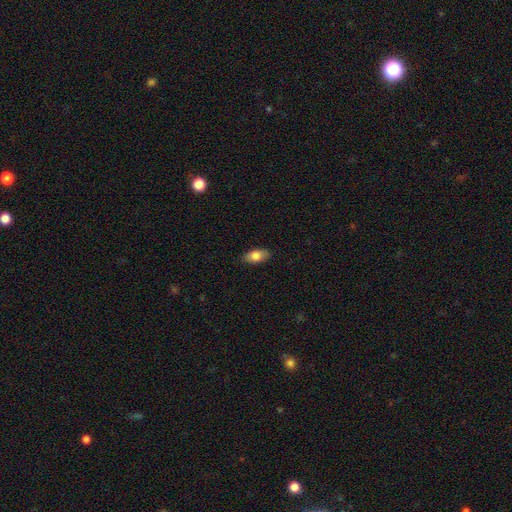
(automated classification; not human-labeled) smooth 80%, featured or disk 13%, star or artifact 7%. Down the decision tree: how rounded — in between (90%); merging — none (87%).